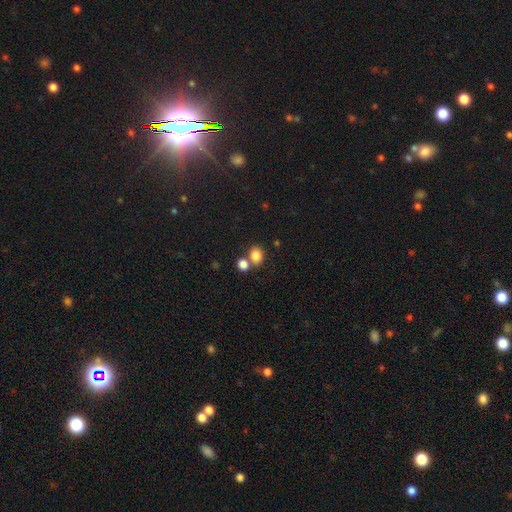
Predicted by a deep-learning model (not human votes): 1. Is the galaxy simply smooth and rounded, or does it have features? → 83% smooth, 11% star or artifact, 6% featured or disk.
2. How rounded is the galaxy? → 57% round, 43% in between, 1% cigar-shaped.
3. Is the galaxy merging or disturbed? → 55% none, 33% merger, 9% minor disturbance, 3% major disturbance.